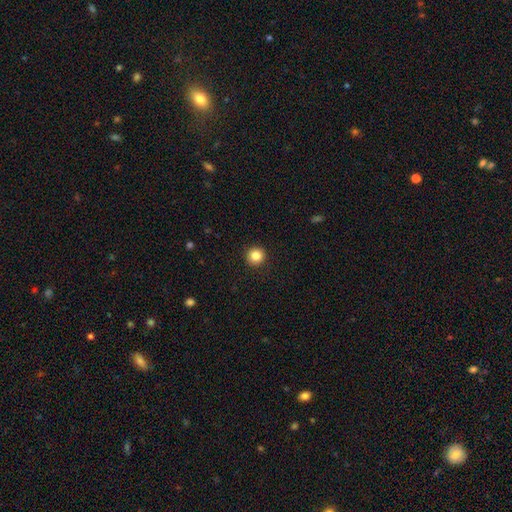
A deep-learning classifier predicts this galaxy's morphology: A smooth galaxy with no disk features (85%) that is round (95%). Merging: none (93%).